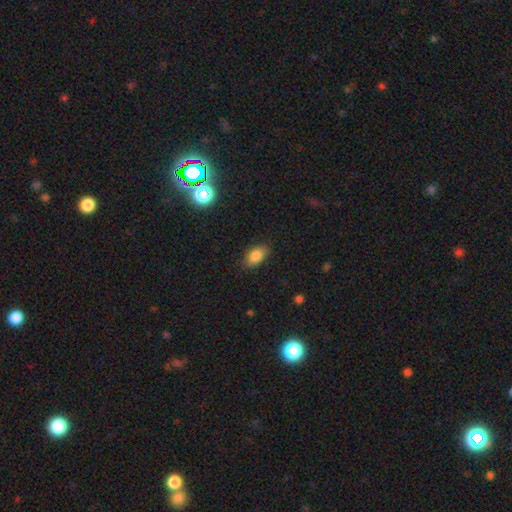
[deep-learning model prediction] Morphology: type=smooth (83%); roundness=in between (89%); merging=none (85%).